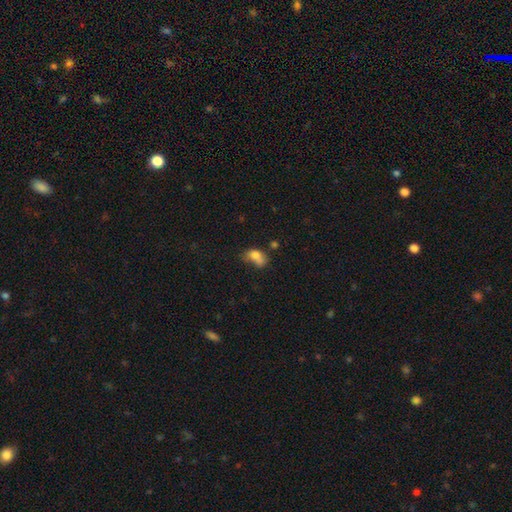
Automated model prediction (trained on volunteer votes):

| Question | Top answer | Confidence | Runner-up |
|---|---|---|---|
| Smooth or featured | smooth | 73% | featured or disk (16%) |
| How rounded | in between | 78% | round (19%) |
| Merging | merger | 30% | minor disturbance (25%) |